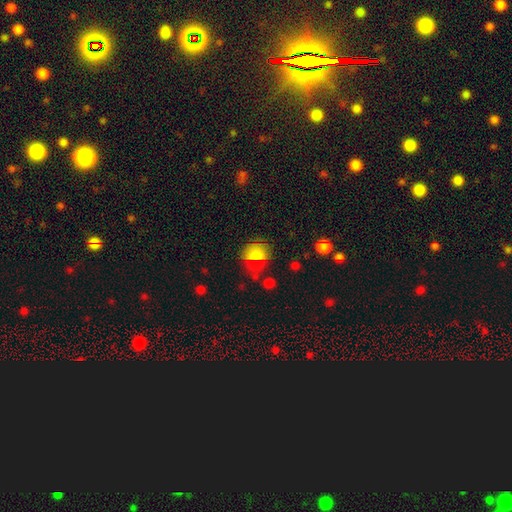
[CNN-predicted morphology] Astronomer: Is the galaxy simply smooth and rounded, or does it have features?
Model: smooth — 66%.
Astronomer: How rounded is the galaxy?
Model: round — 61% (runner-up: in between, 37%).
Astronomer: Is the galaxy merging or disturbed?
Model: none — 68%.